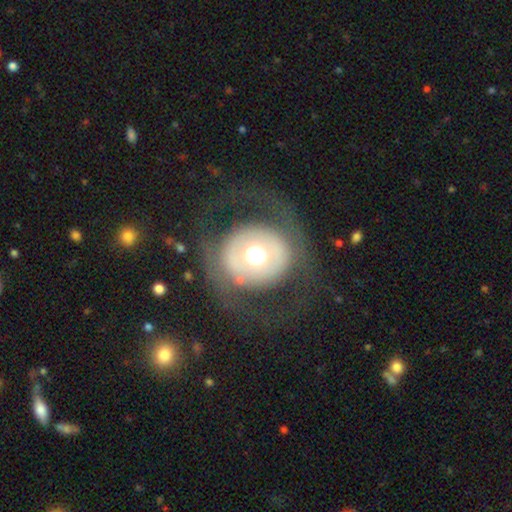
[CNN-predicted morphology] A featured or disk galaxy (45%).

Vote fractions:
- Smooth or featured? featured or disk: 45% / smooth: 44% / star or artifact: 11%
- Merging? none: 66% / major disturbance: 20% / minor disturbance: 12% / merger: 2%